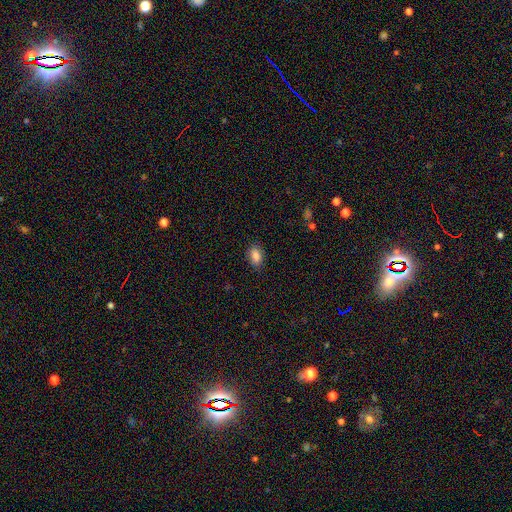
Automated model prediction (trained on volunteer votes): A smooth galaxy with no disk features (86%) that is in between round and cigar-shaped (85%). Merging: none (86%).